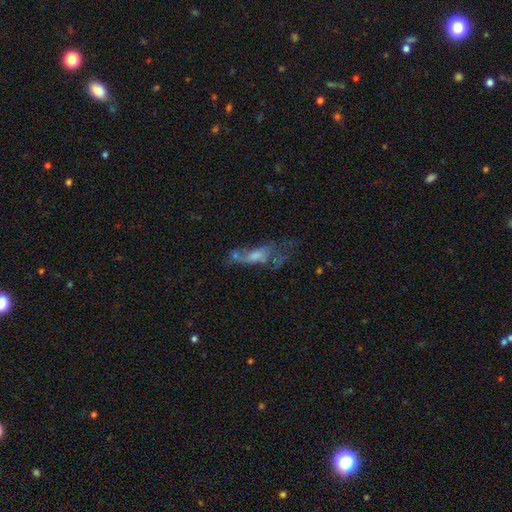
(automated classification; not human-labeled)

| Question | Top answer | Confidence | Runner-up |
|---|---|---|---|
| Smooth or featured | featured or disk | 49% | smooth (35%) |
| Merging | major disturbance | 34% | none (31%) |